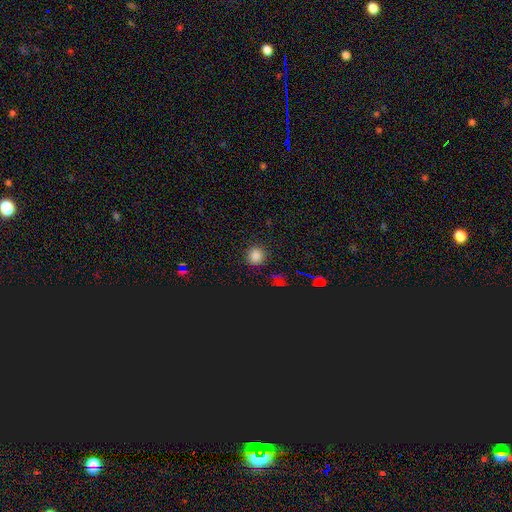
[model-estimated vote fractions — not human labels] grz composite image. It shows a smooth galaxy with no disk features (79%) that is round (90%). Merging: none (87%).